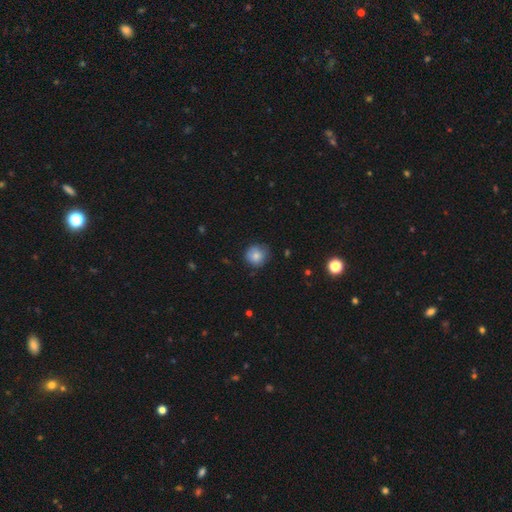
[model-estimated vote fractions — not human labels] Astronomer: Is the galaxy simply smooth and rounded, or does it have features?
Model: smooth — 82%.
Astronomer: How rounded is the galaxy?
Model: round — 89%.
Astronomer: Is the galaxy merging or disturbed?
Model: none — 74%.